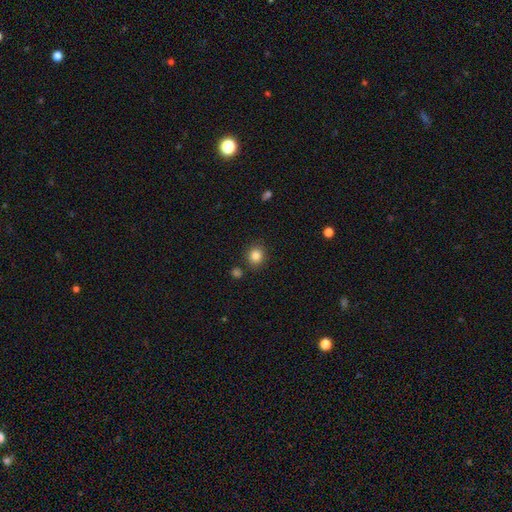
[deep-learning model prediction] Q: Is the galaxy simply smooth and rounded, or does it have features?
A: smooth — 85%.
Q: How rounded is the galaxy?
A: round — 82%.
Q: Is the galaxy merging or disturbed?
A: none — 85%.